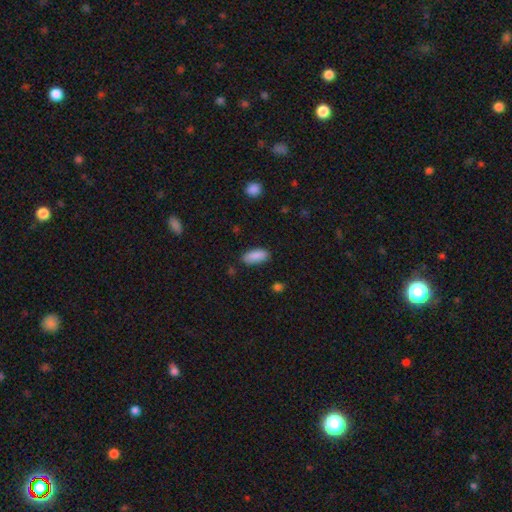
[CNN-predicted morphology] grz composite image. It shows a smooth galaxy with no disk features (89%) that is in between round and cigar-shaped (84%). Merging: none (82%).